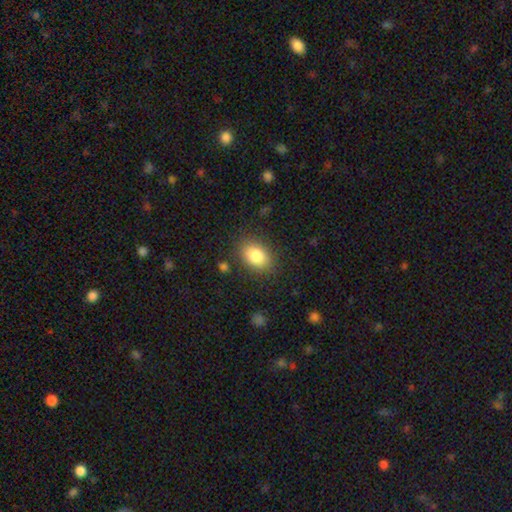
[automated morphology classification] smooth 84%, star or artifact 8%, featured or disk 8%. Down the decision tree: how rounded — in between (77%); merging — none (84%).